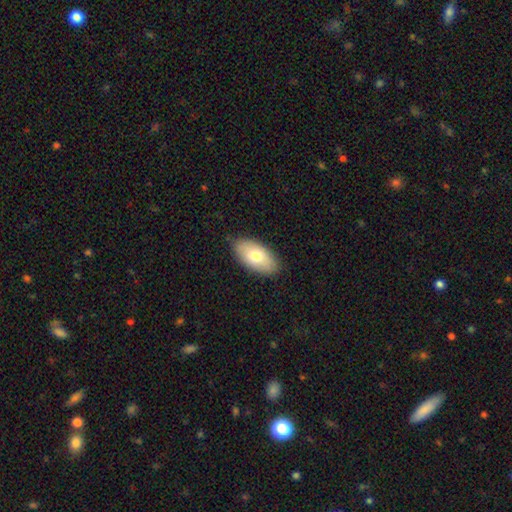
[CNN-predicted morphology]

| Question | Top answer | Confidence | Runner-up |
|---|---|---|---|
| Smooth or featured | smooth | 75% | featured or disk (19%) |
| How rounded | in between | 94% | round (3%) |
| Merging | none | 85% | minor disturbance (11%) |